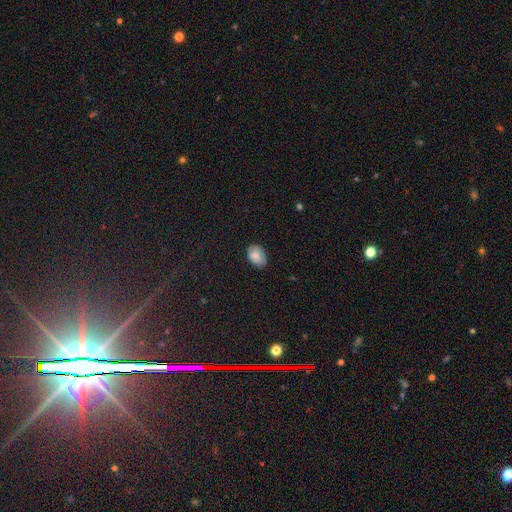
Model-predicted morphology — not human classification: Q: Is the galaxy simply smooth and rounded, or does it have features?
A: smooth — 78%.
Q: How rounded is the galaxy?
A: in between — 83%.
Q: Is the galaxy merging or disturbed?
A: none — 75%.